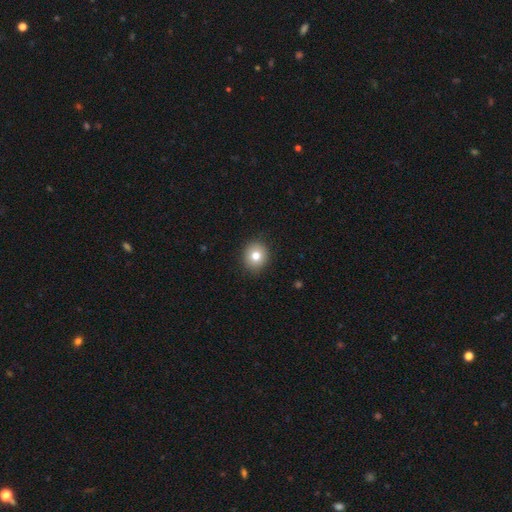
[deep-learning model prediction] A smooth galaxy with no disk features (79%) that is round (82%).

Vote fractions:
- Smooth or featured? smooth: 79% / featured or disk: 11% / star or artifact: 10%
- How rounded? round: 82% / in between: 17% / cigar-shaped: 1%
- Merging? none: 90% / minor disturbance: 7% / major disturbance: 2% / merger: 1%